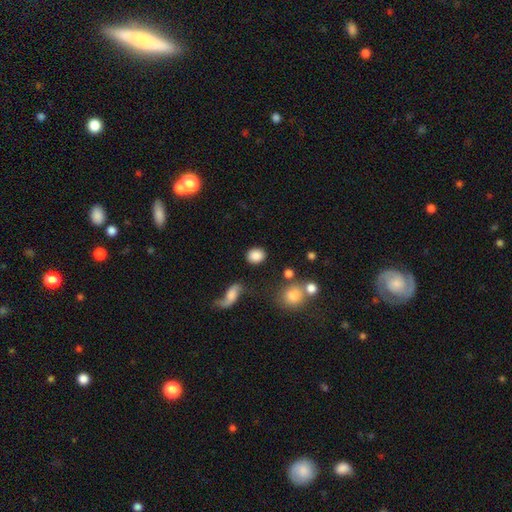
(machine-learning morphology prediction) The model was most divided on "how rounded": round: 60%, in between: 38%, cigar-shaped: 2%. More confident: smooth or featured — smooth (84%); merging — none (80%).